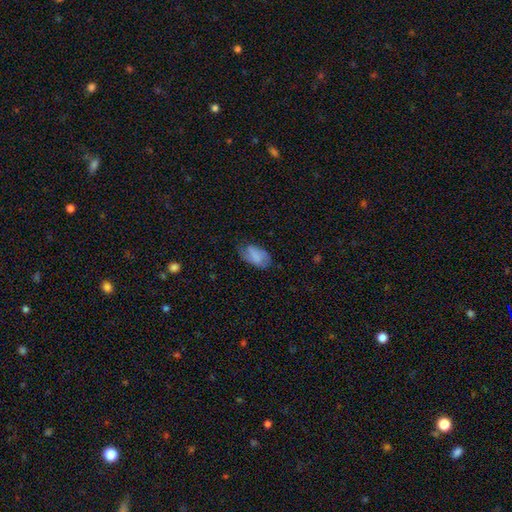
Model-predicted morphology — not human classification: smooth 70%, featured or disk 22%, star or artifact 8%. Down the decision tree: how rounded — in between (93%); merging — none (55%).